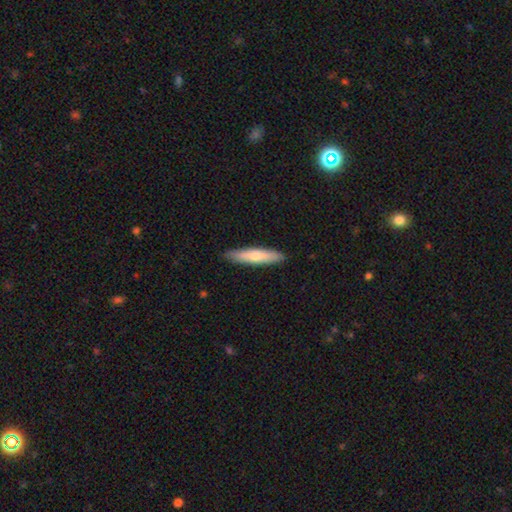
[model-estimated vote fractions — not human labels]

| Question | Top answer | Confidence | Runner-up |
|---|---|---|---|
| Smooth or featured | smooth | 64% | featured or disk (31%) |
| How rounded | cigar-shaped | 85% | in between (13%) |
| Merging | none | 89% | minor disturbance (8%) |